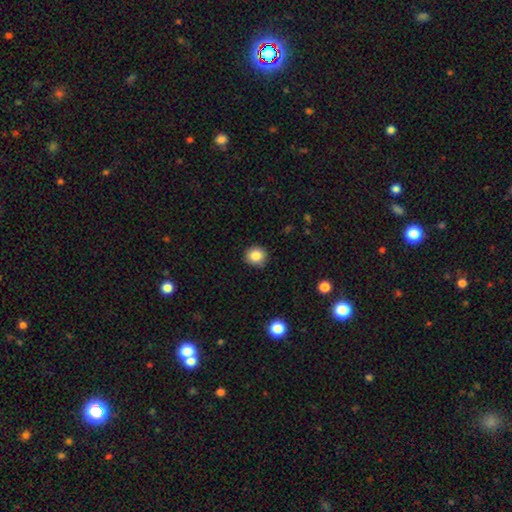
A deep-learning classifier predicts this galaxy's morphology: Smooth or featured: smooth — 85% (star or artifact — 10%)
How rounded: round — 89% (in between — 10%)
Merging: none — 88% (minor disturbance — 9%)